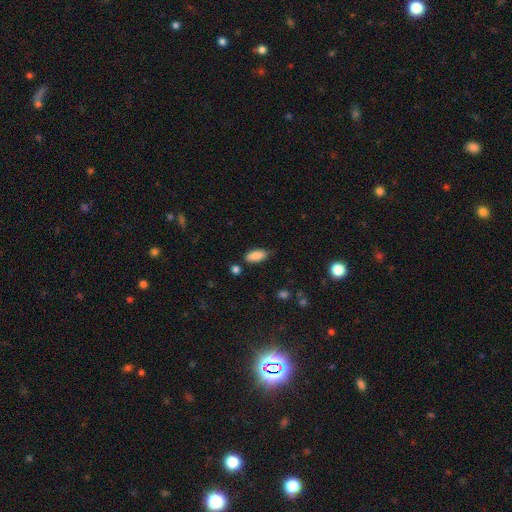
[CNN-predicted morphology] smooth 87%, star or artifact 7%, featured or disk 6%. Down the decision tree: how rounded — in between (84%); merging — none (73%).